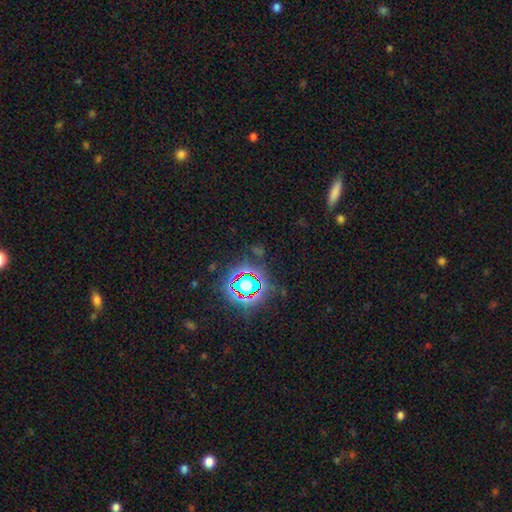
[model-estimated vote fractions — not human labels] Morphology: type=star or artifact (75%).